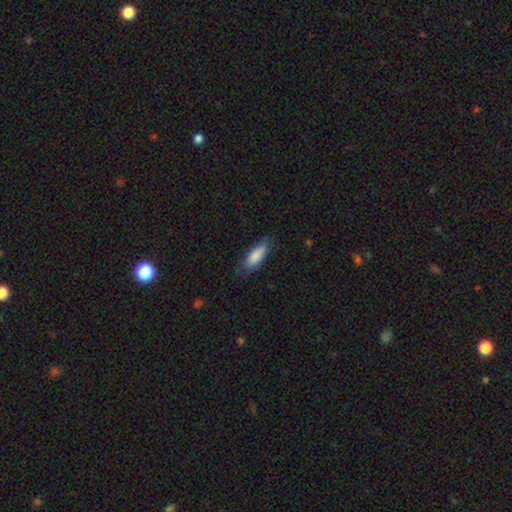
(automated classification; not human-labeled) A smooth galaxy with no disk features (85%) that is in between round and cigar-shaped (67%).

Vote fractions:
- Smooth or featured? smooth: 85% / featured or disk: 9% / star or artifact: 6%
- How rounded? in between: 67% / cigar-shaped: 31% / round: 2%
- Merging? none: 77% / minor disturbance: 18% / major disturbance: 4% / merger: 1%